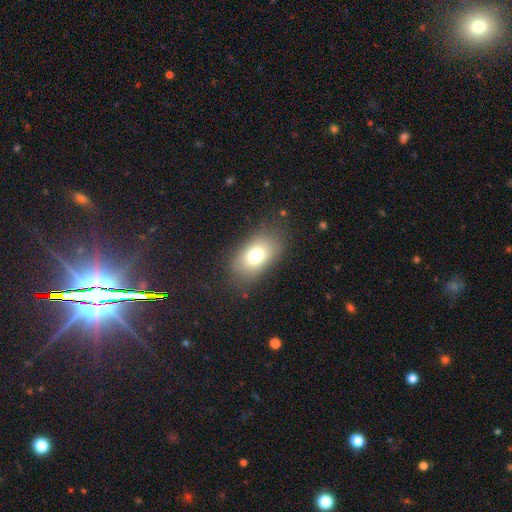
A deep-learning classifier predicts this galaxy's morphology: type=smooth (74%); roundness=in between (86%); merging=none (79%).